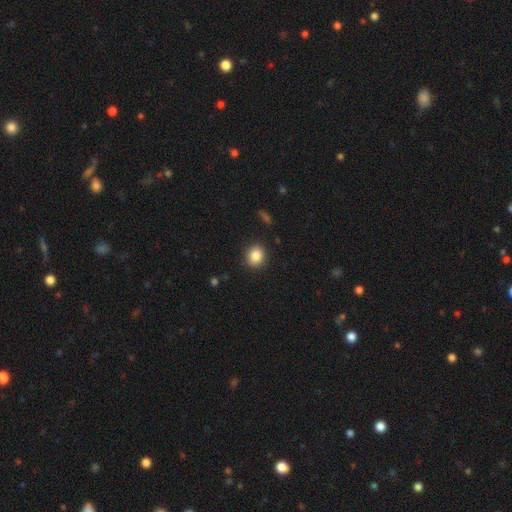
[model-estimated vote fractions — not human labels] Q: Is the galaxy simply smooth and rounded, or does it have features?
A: smooth — 86%.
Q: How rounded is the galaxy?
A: round — 71%.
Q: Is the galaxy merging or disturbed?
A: none — 88%.